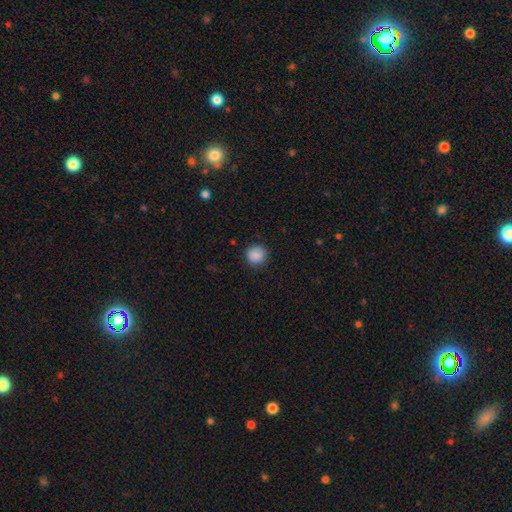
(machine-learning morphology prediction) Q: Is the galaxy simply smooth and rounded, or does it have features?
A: smooth — 88%.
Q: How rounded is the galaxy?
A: round — 90%.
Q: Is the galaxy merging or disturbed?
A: none — 87%.